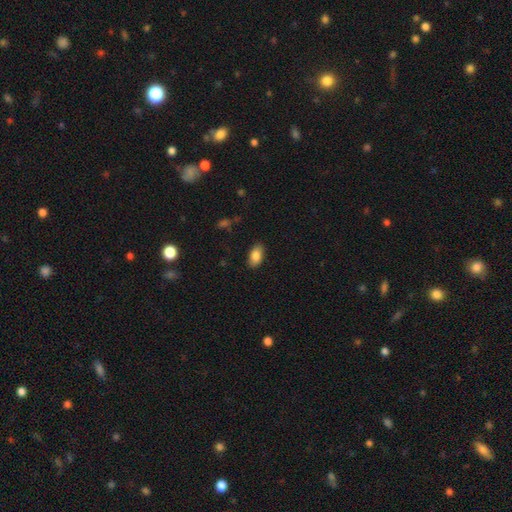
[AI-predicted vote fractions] Q: Smooth or featured?
A: smooth (86%); runner-up: featured or disk (7%)
Q: How rounded?
A: in between (93%); runner-up: round (4%)
Q: Merging?
A: none (87%); runner-up: minor disturbance (10%)